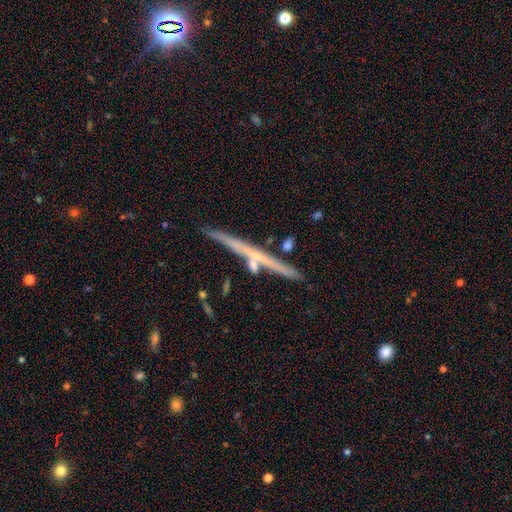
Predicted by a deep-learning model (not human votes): Q: Smooth or featured?
A: featured or disk (65%); runner-up: smooth (28%)
Q: Edge-on disk?
A: yes (97%); runner-up: no (3%)
Q: Edge-on bulge?
A: none (70%); runner-up: rounded (25%)
Q: Merging?
A: none (85%); runner-up: minor disturbance (8%)